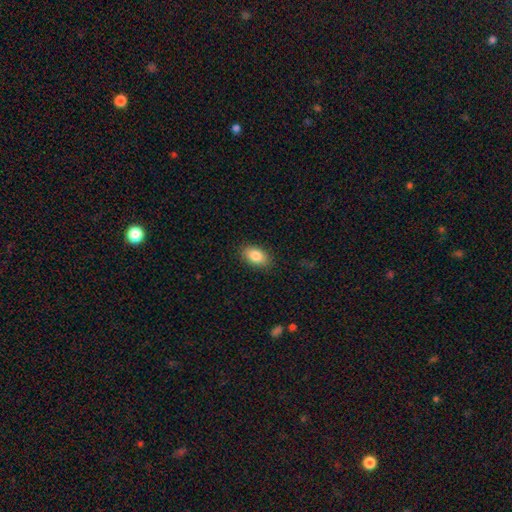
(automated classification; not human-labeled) Smooth or featured? smooth (85%)
How rounded? in between (91%)
Merging? none (88%)